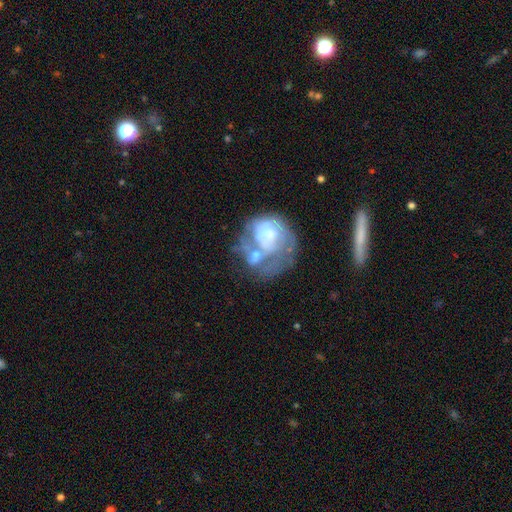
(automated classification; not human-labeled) This appears to be a featured or disk galaxy (63%) with no bar (79%), no spiral arms (57%) and a moderate central bulge (38%). Merging: merger (33%).